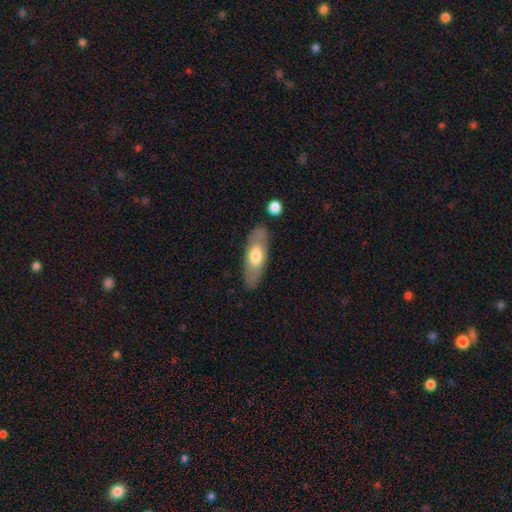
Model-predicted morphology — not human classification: Smooth or featured: smooth — 58% (featured or disk — 37%)
How rounded: in between — 68% (cigar-shaped — 29%)
Merging: none — 81% (minor disturbance — 12%)